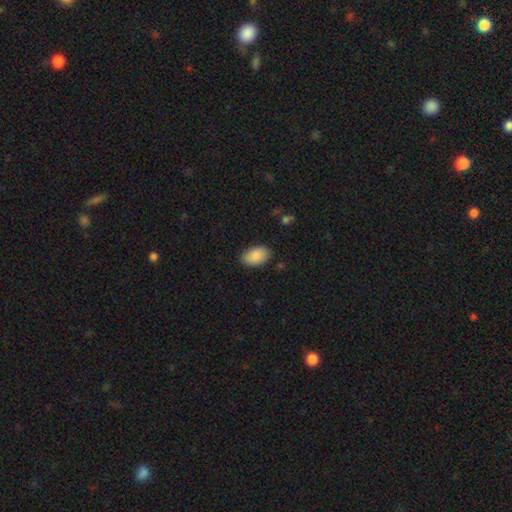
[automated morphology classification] This appears to be a smooth galaxy with no disk features (88%) that is in between round and cigar-shaped (93%). Merging: none (85%).